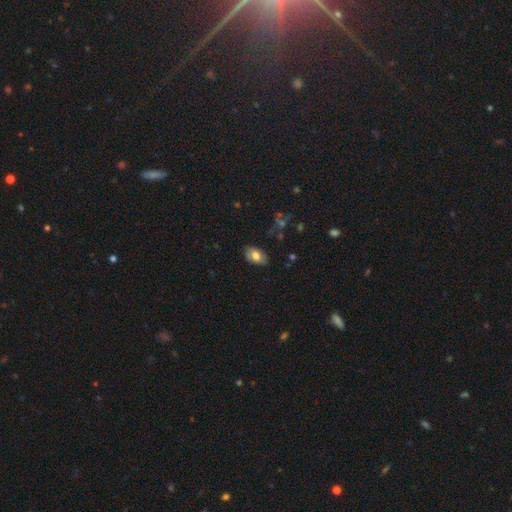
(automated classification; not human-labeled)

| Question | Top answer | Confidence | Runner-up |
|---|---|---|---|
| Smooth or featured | smooth | 73% | featured or disk (19%) |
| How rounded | in between | 92% | round (6%) |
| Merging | none | 81% | minor disturbance (15%) |